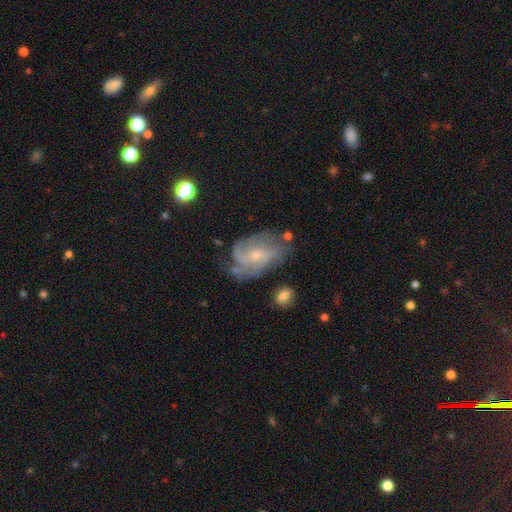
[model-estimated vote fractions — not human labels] Q: Smooth or featured?
A: featured or disk (80%); runner-up: smooth (13%)
Q: Edge-on disk?
A: no (97%); runner-up: yes (3%)
Q: Bar?
A: no (58%); runner-up: weak (34%)
Q: Spiral arms?
A: yes (92%); runner-up: no (8%)
Q: Spiral winding?
A: medium (44%); runner-up: tight (33%)
Q: Spiral arm count?
A: 2 (32%); runner-up: can't tell (27%)
Q: Bulge size?
A: small (74%); runner-up: moderate (22%)
Q: Merging?
A: none (56%); runner-up: minor disturbance (25%)